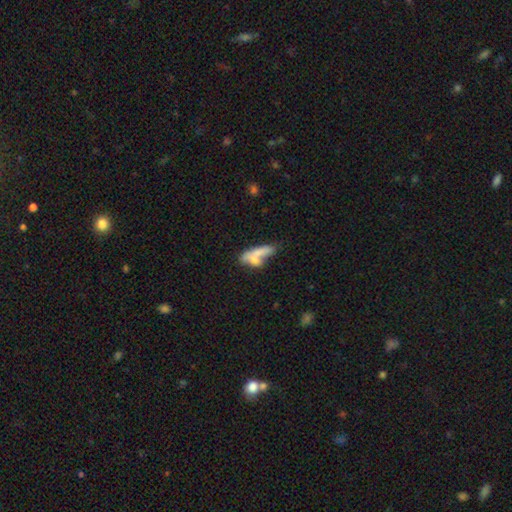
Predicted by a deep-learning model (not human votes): smooth-or-featured: smooth: 67% | featured or disk: 26% | star or artifact: 8%
  how-rounded: in between: 51% | cigar-shaped: 43% | round: 5%
  merging: merger: 46% | none: 31% | minor disturbance: 14% | major disturbance: 9%